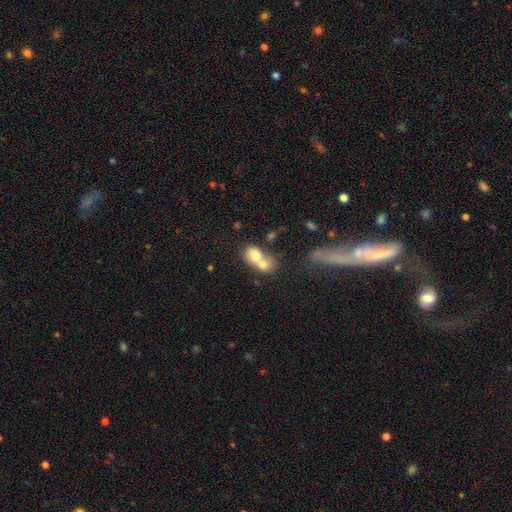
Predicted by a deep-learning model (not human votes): Q: Smooth or featured?
A: smooth (68%); runner-up: featured or disk (23%)
Q: How rounded?
A: in between (56%); runner-up: round (42%)
Q: Merging?
A: merger (76%); runner-up: none (15%)